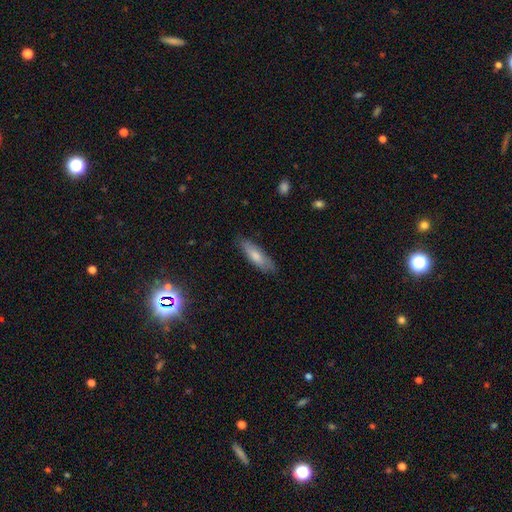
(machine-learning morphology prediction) smooth-or-featured: smooth: 74% | featured or disk: 21% | star or artifact: 6%
  how-rounded: cigar-shaped: 56% | in between: 43% | round: 2%
  merging: none: 81% | minor disturbance: 15% | major disturbance: 3% | merger: 1%